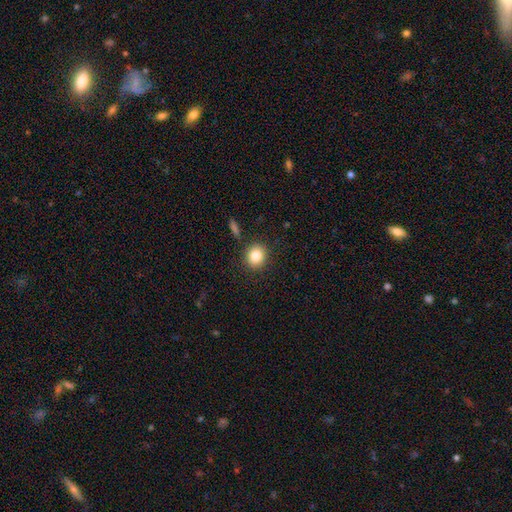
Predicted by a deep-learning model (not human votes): smooth 84%, star or artifact 10%, featured or disk 6%. Down the decision tree: how rounded — round (78%); merging — none (87%).